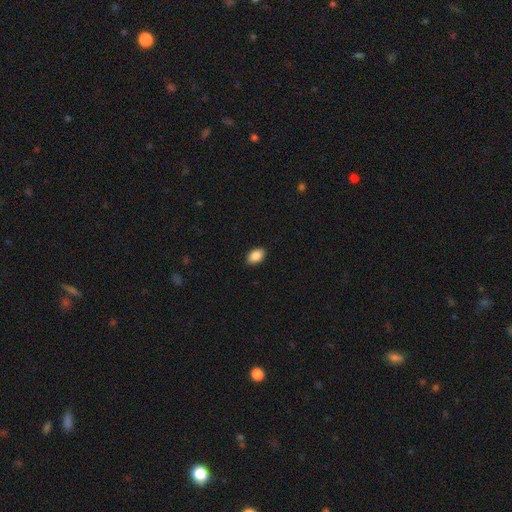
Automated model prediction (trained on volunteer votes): Morphology: type=smooth (89%); roundness=in between (90%); merging=none (90%).